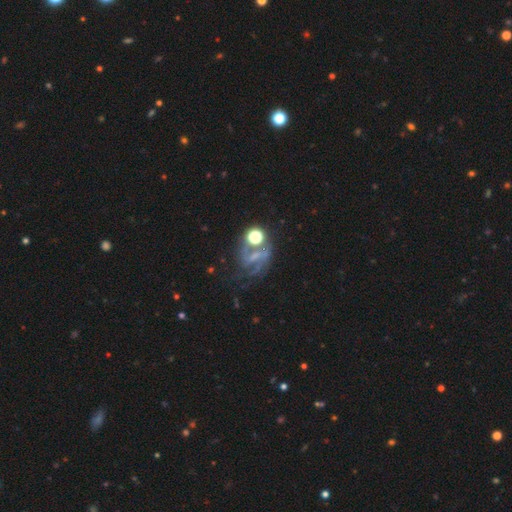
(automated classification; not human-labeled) This appears to be a featured or disk galaxy (61%) with a weak bar (40%), spiral arms (79%) and no central bulge (36%, tied with small). Merging: none (43%).